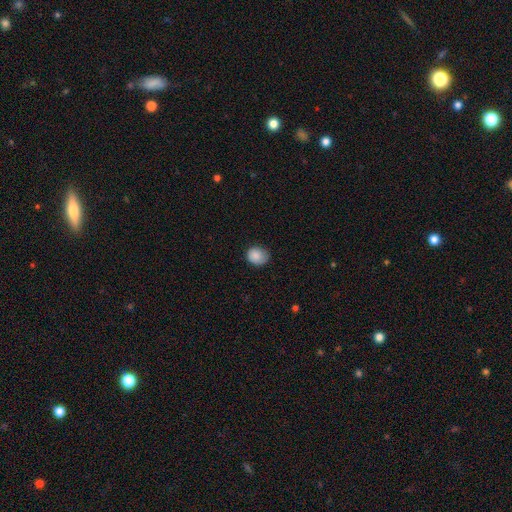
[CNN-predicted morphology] Smooth or featured?
  - smooth: 86% *
  - star or artifact: 8%
  - featured or disk: 6%
How rounded?
  - round: 65% *
  - in between: 34%
  - cigar-shaped: 1%
Merging?
  - none: 71% *
  - minor disturbance: 24%
  - major disturbance: 4%
  - merger: 1%